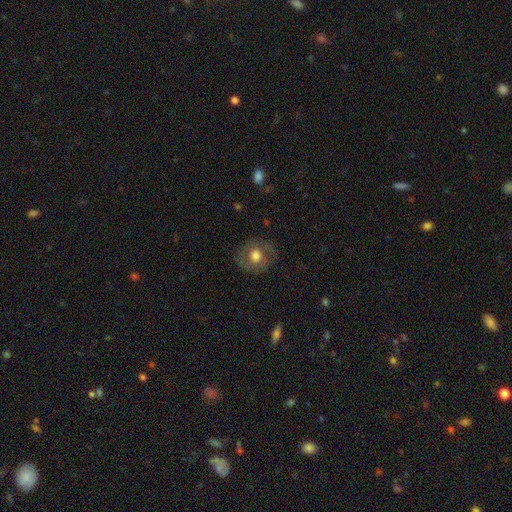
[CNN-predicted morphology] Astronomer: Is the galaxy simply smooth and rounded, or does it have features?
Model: smooth — 53% (runner-up: featured or disk, 38%).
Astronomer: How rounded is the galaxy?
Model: round — 83%.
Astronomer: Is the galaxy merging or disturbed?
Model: none — 80%.